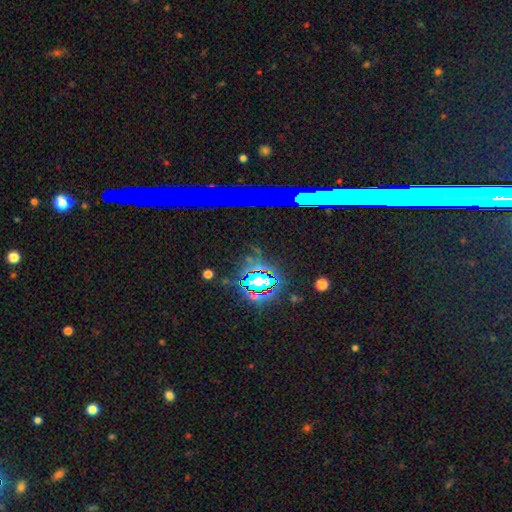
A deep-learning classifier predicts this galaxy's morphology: Smooth or featured? Predicted: star or artifact (p=0.74).